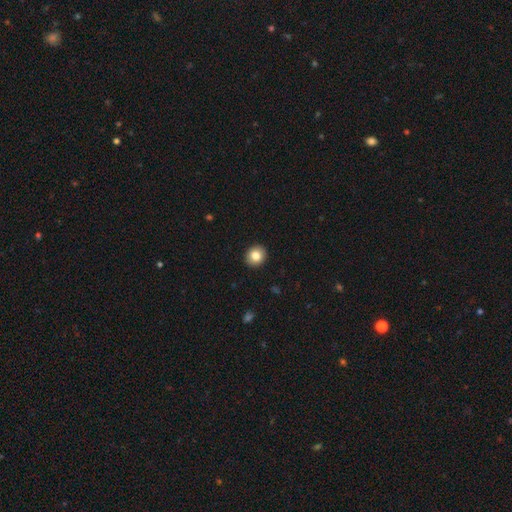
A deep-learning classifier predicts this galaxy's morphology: This appears to be a smooth galaxy with no disk features (83%) that is round (79%). Merging: none (92%).